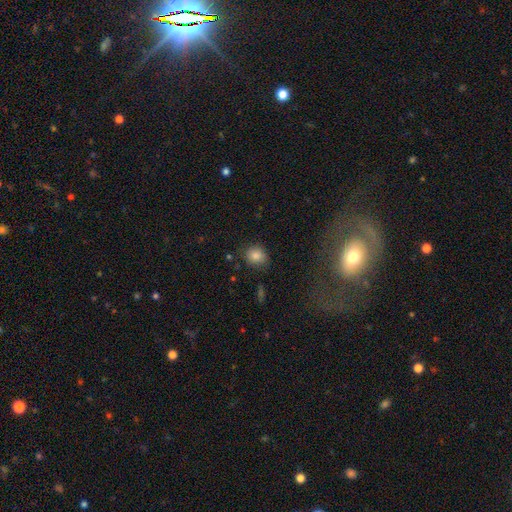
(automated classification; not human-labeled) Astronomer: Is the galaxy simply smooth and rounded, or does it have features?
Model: smooth — 84%.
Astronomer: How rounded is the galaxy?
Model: round — 66%.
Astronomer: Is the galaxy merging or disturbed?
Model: none — 79%.